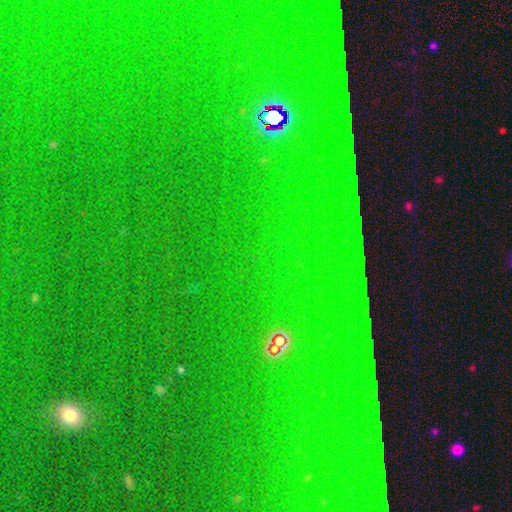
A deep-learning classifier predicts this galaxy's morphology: type=star or artifact (82%).